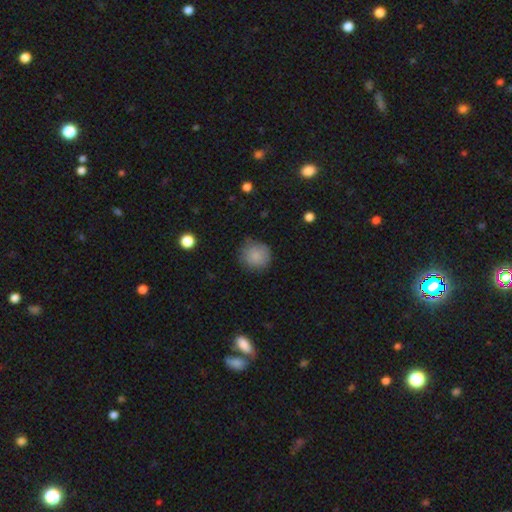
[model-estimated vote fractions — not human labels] A smooth galaxy with no disk features (85%) that is round (91%). Merging: none (76%).